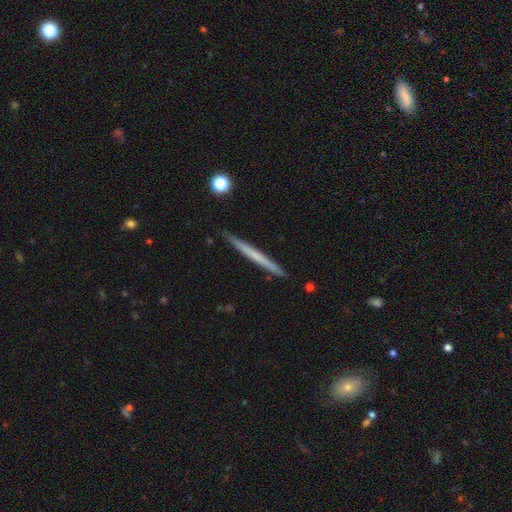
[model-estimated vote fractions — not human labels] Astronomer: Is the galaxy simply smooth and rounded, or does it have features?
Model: smooth — 49% (runner-up: featured or disk, 45%).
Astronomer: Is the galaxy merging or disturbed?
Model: none — 91%.